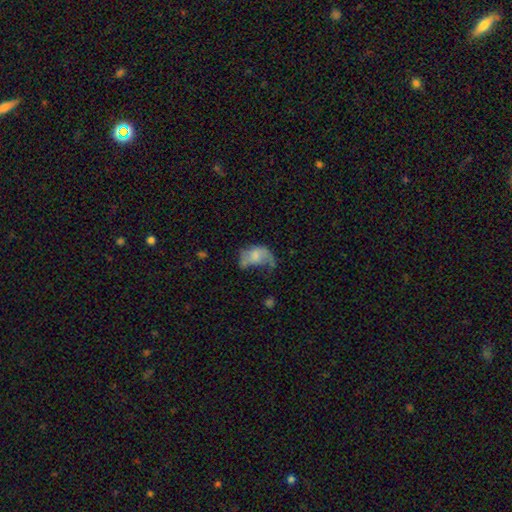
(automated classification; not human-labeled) smooth 47%, featured or disk 43%, star or artifact 9%. Down the decision tree: merging — major disturbance (49%).